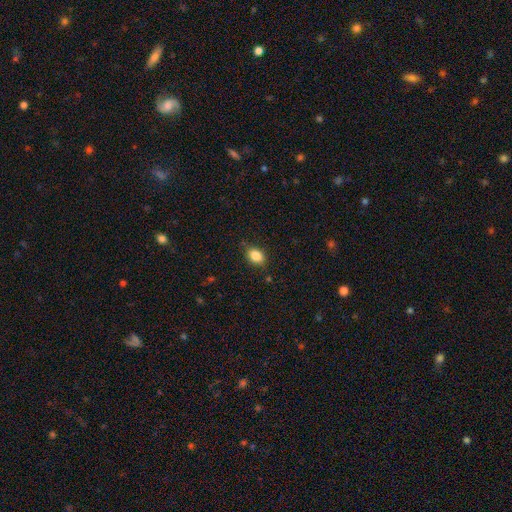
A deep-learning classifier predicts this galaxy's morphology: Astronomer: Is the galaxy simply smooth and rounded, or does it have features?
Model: smooth — 86%.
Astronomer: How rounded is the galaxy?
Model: in between — 76%.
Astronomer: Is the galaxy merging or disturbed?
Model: none — 83%.